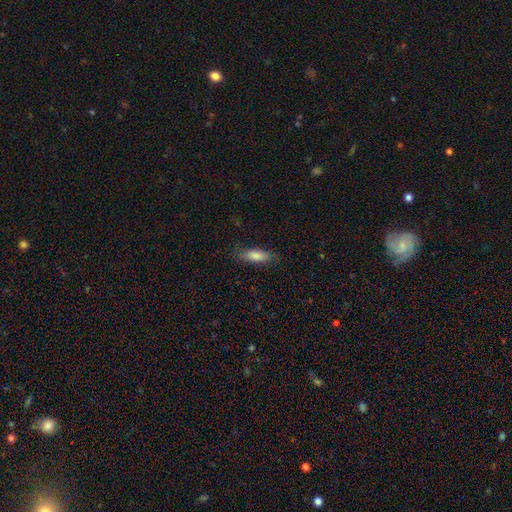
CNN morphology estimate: A smooth galaxy with no disk features (82%) that is in between round and cigar-shaped (59%). Merging: none (80%).